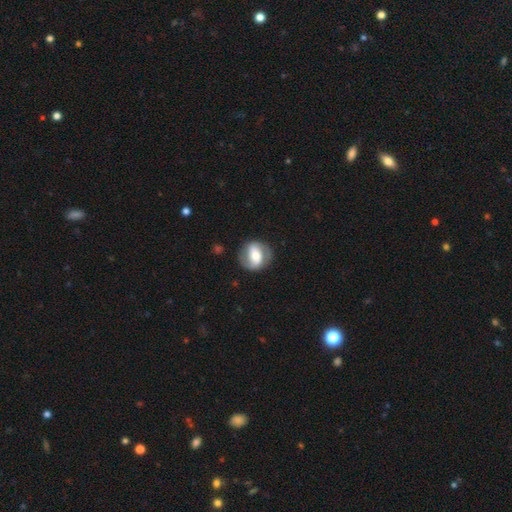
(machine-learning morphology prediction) This is likely a featured or disk galaxy (65%). It is clearly not viewed edge-on (96%). Bar: possibly strong (47%). Spiral arm pattern: likely yes (72%). Central bulge: likely moderate (64%). Merging: clearly none (80%).